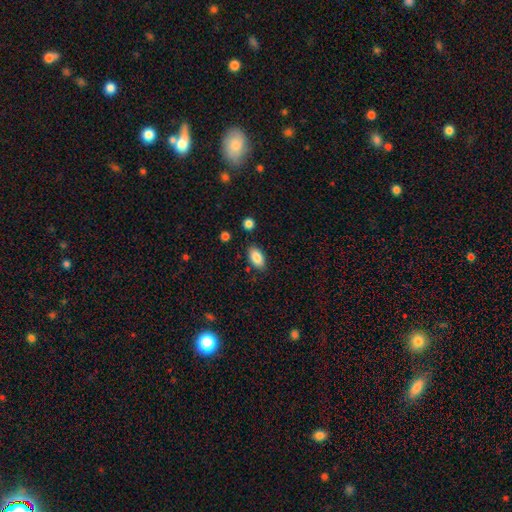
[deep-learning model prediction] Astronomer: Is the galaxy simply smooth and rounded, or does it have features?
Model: smooth — 86%.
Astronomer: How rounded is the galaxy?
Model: in between — 92%.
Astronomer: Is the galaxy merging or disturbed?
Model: none — 83%.